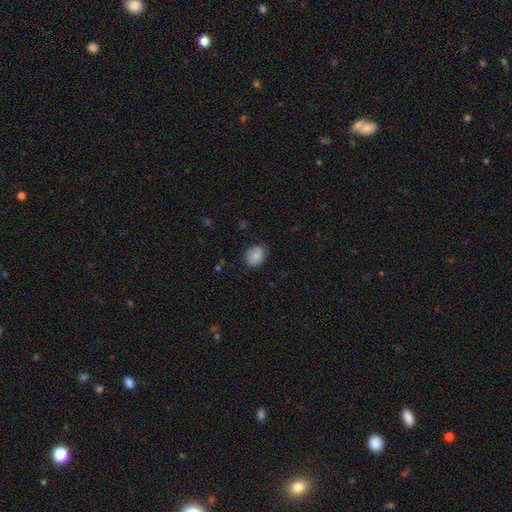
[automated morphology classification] Smooth or featured? Predicted: smooth (p=0.77). How rounded? Predicted: round (p=0.50). Merging? Predicted: none (p=0.78).